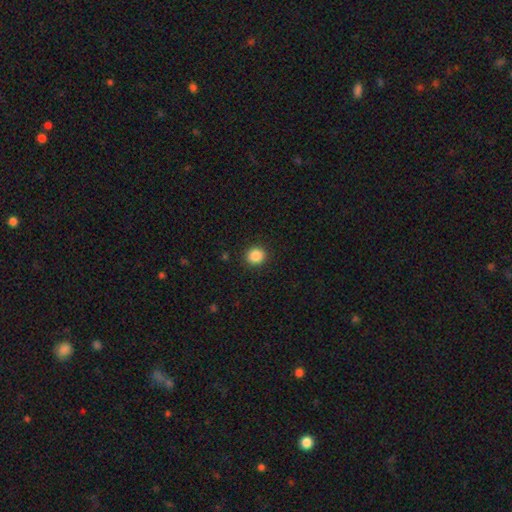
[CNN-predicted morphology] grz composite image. It shows a smooth galaxy with no disk features (87%) that is round (88%). Merging: none (92%).